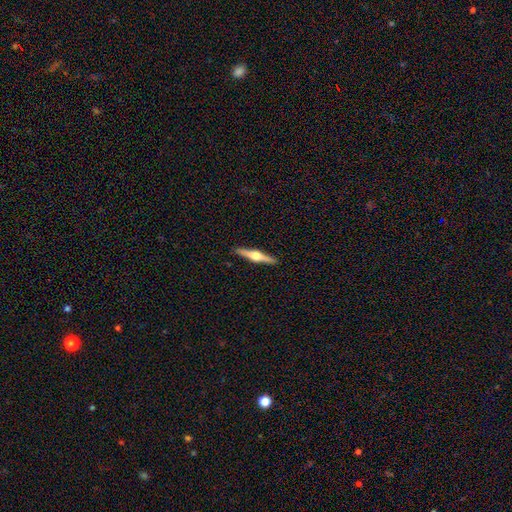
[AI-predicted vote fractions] This appears to be a featured or disk galaxy (74%) viewed edge-on (98%) with a rounded central bulge (95%). Merging: none (92%).